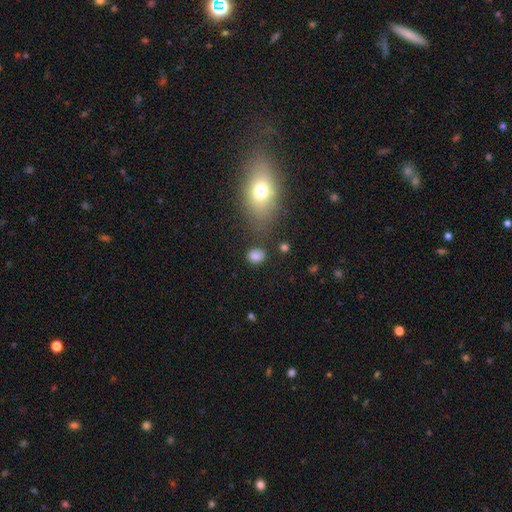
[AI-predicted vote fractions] Smooth or featured? Predicted: smooth (p=0.83). How rounded? Predicted: round (p=0.52). Merging? Predicted: none (p=0.76).